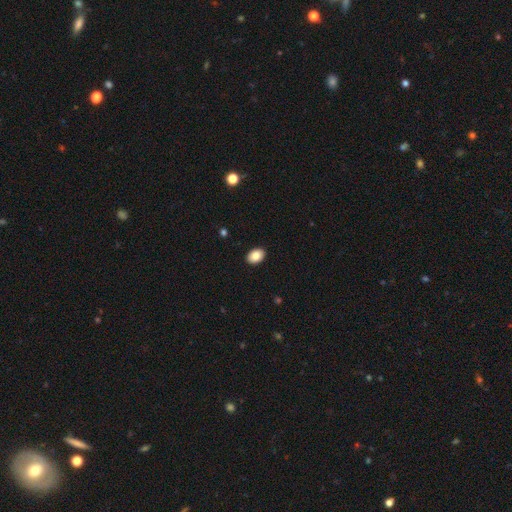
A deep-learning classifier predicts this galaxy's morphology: Q: Smooth or featured?
A: smooth (86%); runner-up: star or artifact (7%)
Q: How rounded?
A: in between (83%); runner-up: round (16%)
Q: Merging?
A: none (91%); runner-up: minor disturbance (6%)